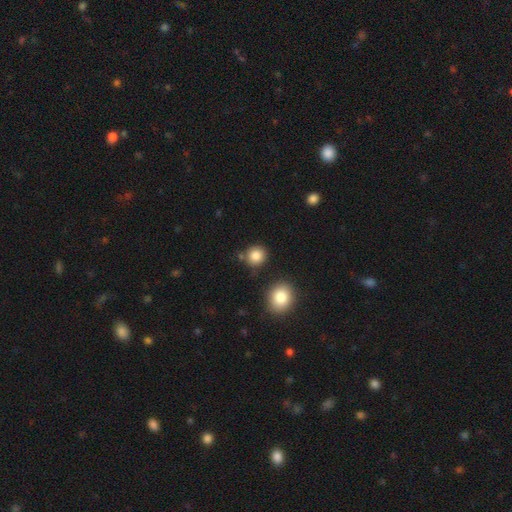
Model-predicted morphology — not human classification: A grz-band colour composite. It shows a smooth galaxy with no disk features (85%) that is round (86%). Merging: none (80%).